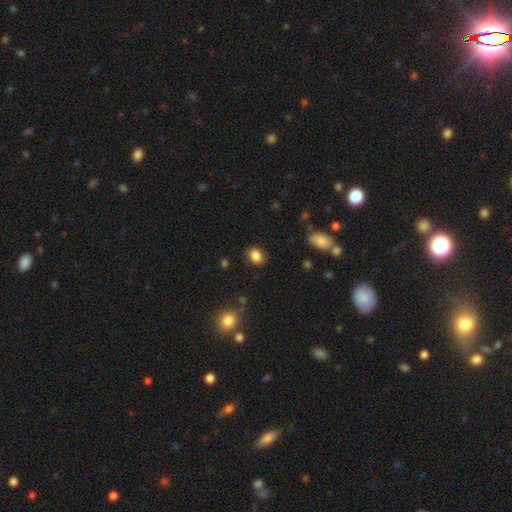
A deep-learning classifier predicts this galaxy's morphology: Q: Smooth or featured?
A: smooth (85%); runner-up: star or artifact (9%)
Q: How rounded?
A: in between (68%); runner-up: round (31%)
Q: Merging?
A: none (81%); runner-up: minor disturbance (14%)